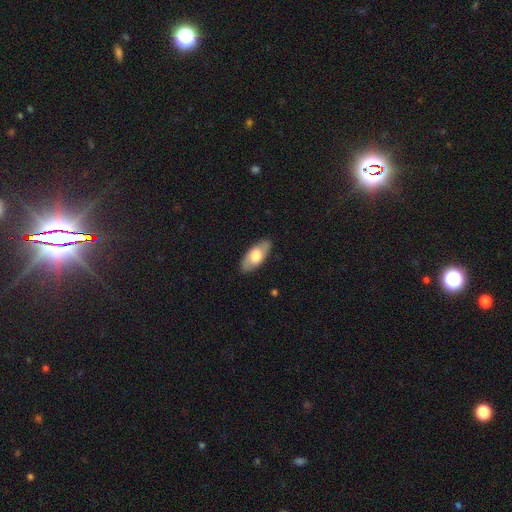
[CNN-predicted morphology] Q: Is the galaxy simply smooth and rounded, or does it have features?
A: smooth — 62%.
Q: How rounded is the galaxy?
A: in between — 86%.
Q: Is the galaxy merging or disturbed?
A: none — 86%.